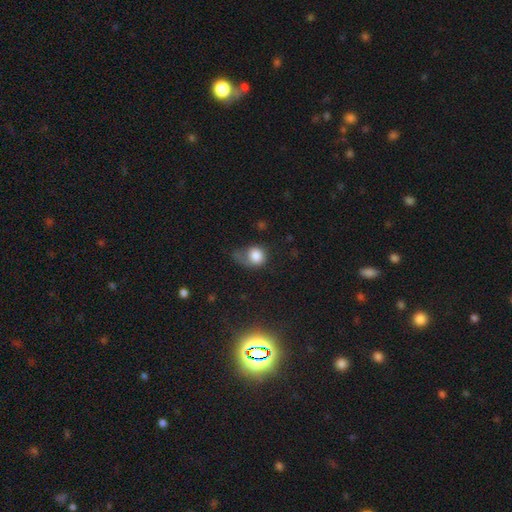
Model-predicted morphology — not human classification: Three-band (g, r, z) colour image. It shows a smooth galaxy with no disk features (79%) that is round (62%). Merging: major disturbance (40%).